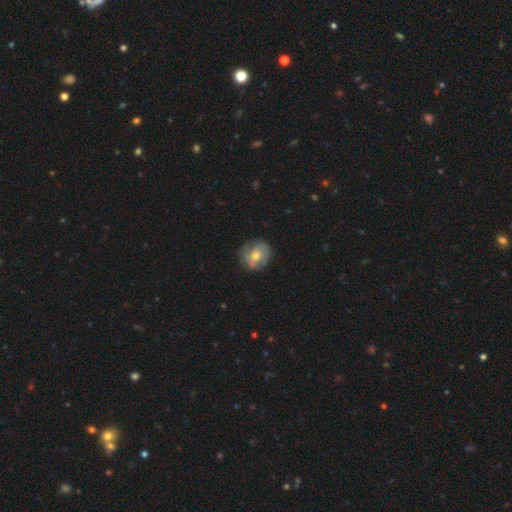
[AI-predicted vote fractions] Q: Smooth or featured?
A: featured or disk (55%); runner-up: smooth (38%)
Q: Edge-on disk?
A: no (97%); runner-up: yes (3%)
Q: Bar?
A: no (69%); runner-up: weak (26%)
Q: Spiral arms?
A: yes (75%); runner-up: no (25%)
Q: Bulge size?
A: moderate (63%); runner-up: small (31%)
Q: Merging?
A: none (74%); runner-up: minor disturbance (19%)